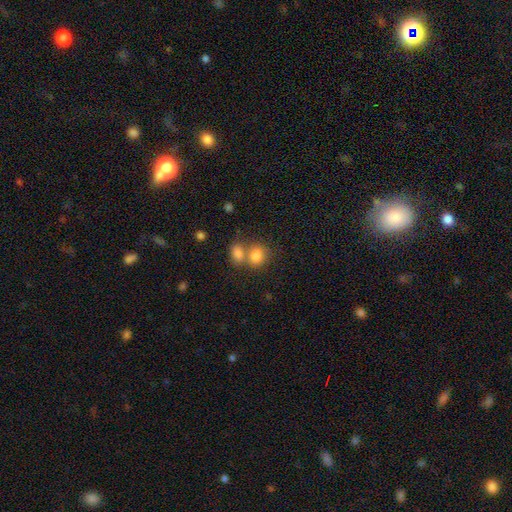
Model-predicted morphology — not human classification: smooth_or_featured: smooth (p=0.81) [alt: star or artifact p=0.10]
how_rounded: round (p=0.52) [alt: in between p=0.46]
merging: merger (p=0.51) [alt: none p=0.36]